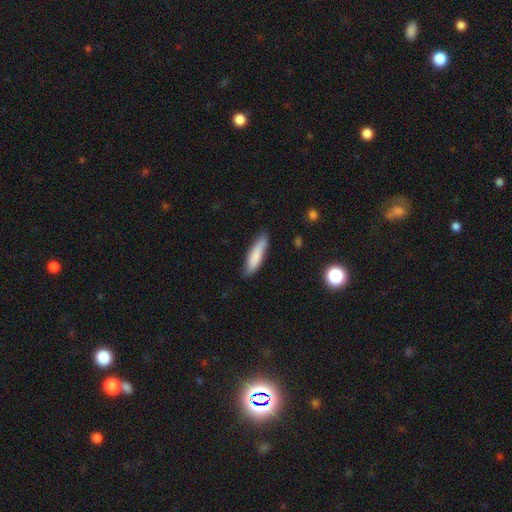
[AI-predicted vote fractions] A smooth galaxy with no disk features (81%) that is cigar-shaped (70%). Merging: none (78%).